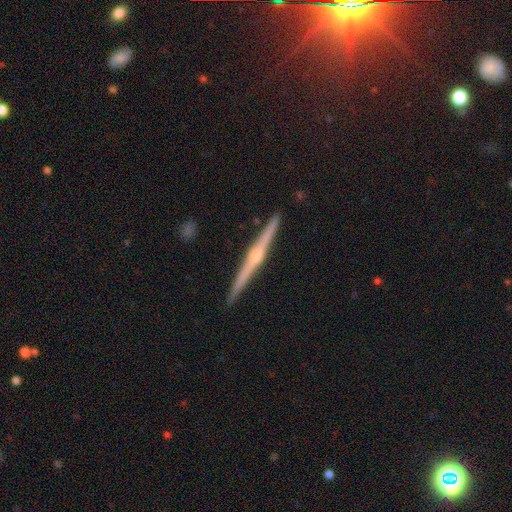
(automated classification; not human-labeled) smooth_or_featured: featured or disk (p=0.83) [alt: smooth p=0.12]
disk_edge_on: yes (p=0.99) [alt: no p=0.01]
edge_on_bulge: rounded (p=0.86) [alt: none p=0.08]
merging: none (p=0.92) [alt: minor disturbance p=0.06]